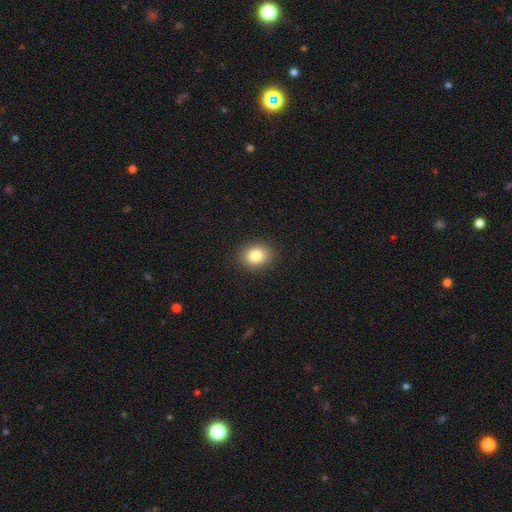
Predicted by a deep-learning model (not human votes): Smooth or featured? Predicted: smooth (p=0.84). How rounded? Predicted: round (p=0.53). Merging? Predicted: none (p=0.89).